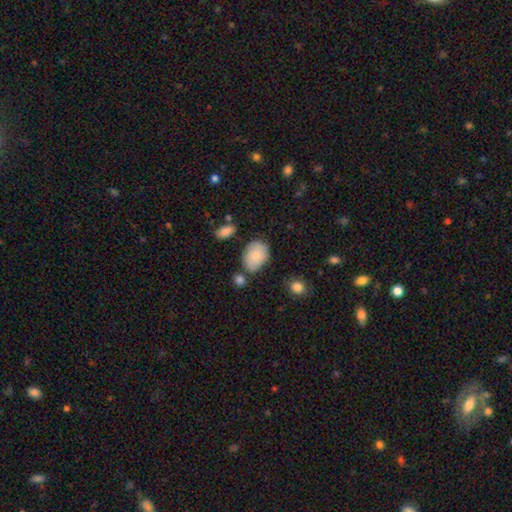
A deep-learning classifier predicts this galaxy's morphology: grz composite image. It shows a smooth galaxy with no disk features (82%) that is in between round and cigar-shaped (80%). Merging: none (66%).